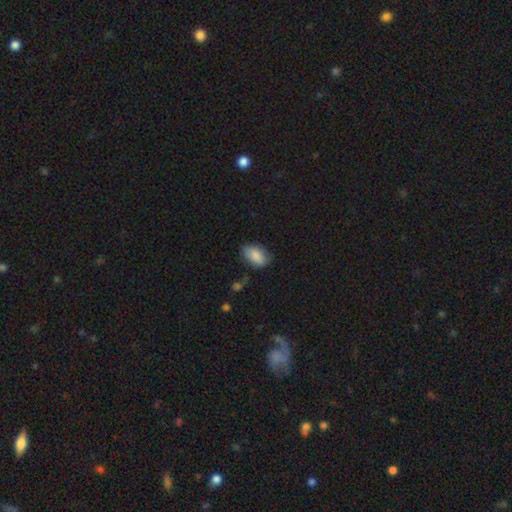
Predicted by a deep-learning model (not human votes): Overall: smooth (83%). How rounded: in between (90%). Merging: none (65%; minor disturbance 27%).